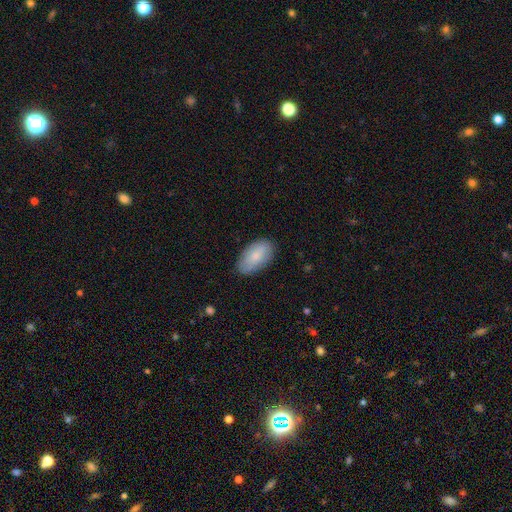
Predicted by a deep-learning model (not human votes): Smooth or featured? smooth (82%)
How rounded? in between (95%)
Merging? none (84%)